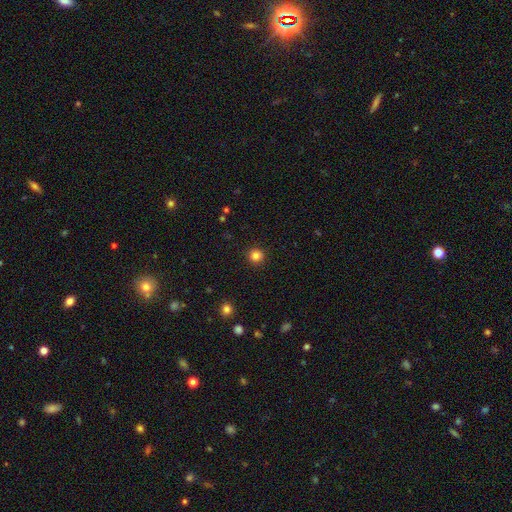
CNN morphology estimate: Smooth or featured? Predicted: smooth (p=0.83). How rounded? Predicted: round (p=0.93). Merging? Predicted: none (p=0.91).